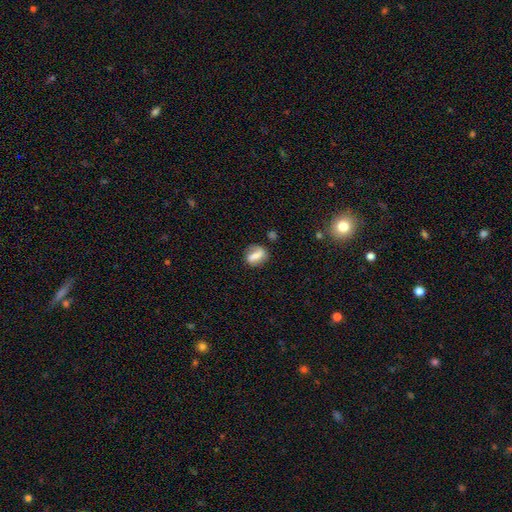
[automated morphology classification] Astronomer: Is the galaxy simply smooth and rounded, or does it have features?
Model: smooth — 54% (runner-up: featured or disk, 36%).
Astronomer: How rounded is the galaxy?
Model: in between — 62%.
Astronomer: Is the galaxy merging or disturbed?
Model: none — 63%.